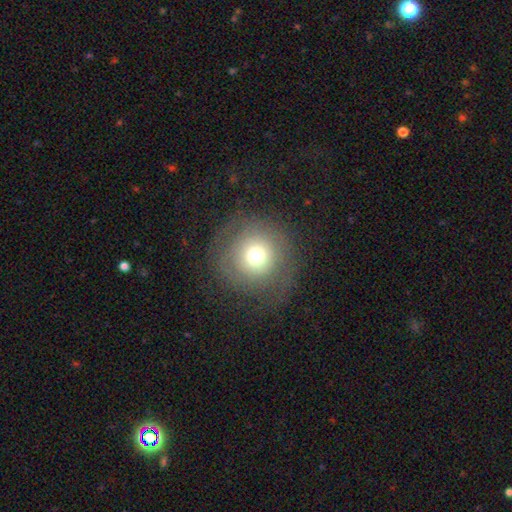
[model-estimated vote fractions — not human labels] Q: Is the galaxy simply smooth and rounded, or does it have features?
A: smooth — 55%.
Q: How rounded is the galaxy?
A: round — 94%.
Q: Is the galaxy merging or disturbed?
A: none — 73%.